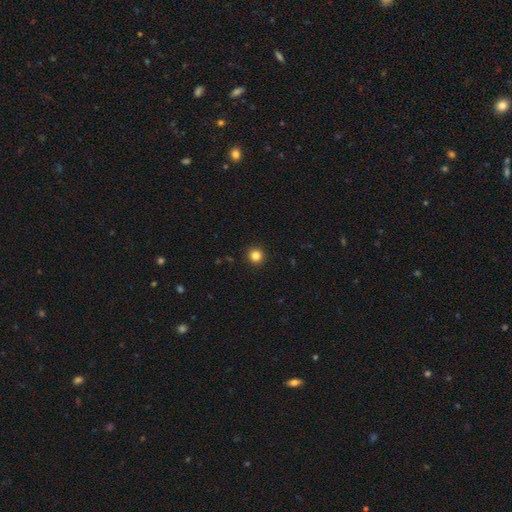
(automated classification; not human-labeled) This is clearly a smooth galaxy (84%). How rounded: clearly round (96%). Merging: clearly none (94%).